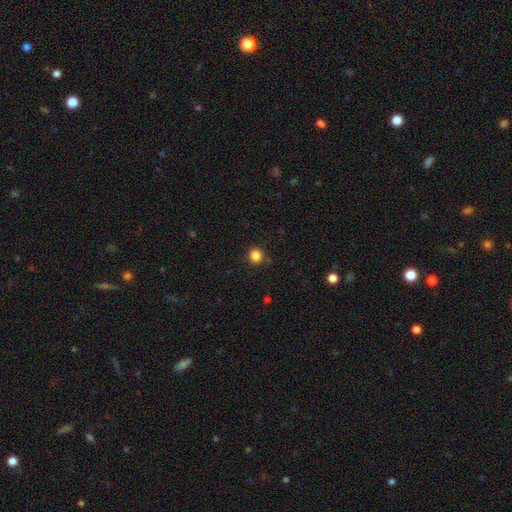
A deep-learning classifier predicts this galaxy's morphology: This is clearly a smooth galaxy (85%). How rounded: clearly round (89%). Merging: clearly none (88%).